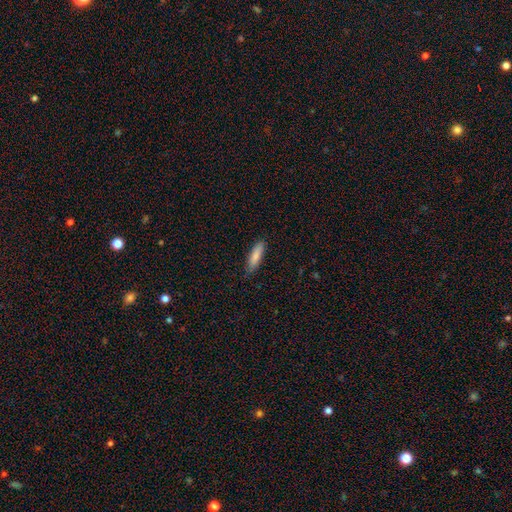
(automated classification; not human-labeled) Q: Smooth or featured?
A: smooth (84%); runner-up: featured or disk (10%)
Q: How rounded?
A: cigar-shaped (65%); runner-up: in between (33%)
Q: Merging?
A: none (82%); runner-up: minor disturbance (14%)